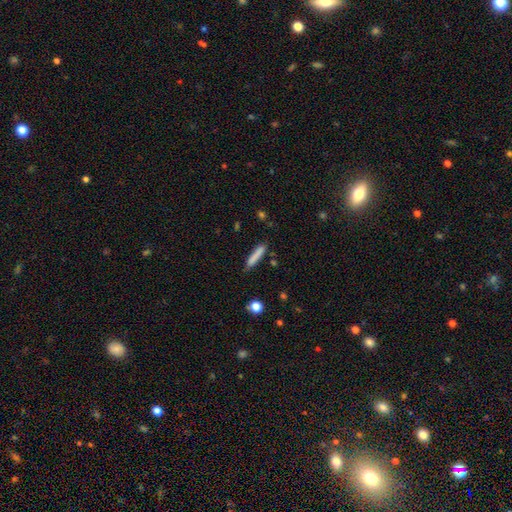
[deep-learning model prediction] Smooth or featured? Predicted: smooth (p=0.81). How rounded? Predicted: cigar-shaped (p=0.89). Merging? Predicted: none (p=0.79).